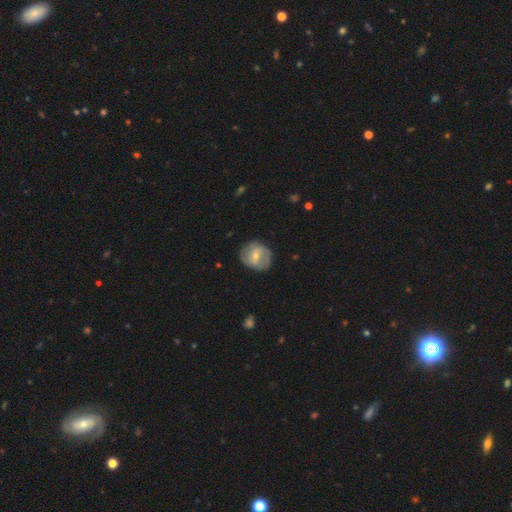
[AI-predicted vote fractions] Smooth or featured: featured or disk — 53% (smooth — 40%)
Edge-on disk: no — 96% (yes — 4%)
Bar: weak — 51% (no — 28%)
Spiral arms: yes — 63% (no — 37%)
Bulge size: small — 49% (moderate — 48%)
Merging: none — 80% (minor disturbance — 14%)